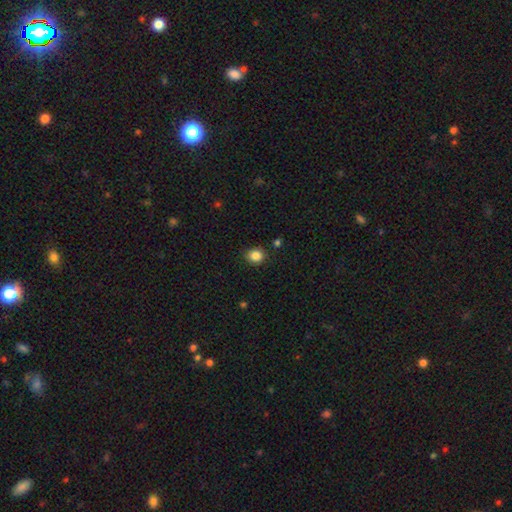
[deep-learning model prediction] smooth_or_featured: smooth (p=0.85) [alt: star or artifact p=0.11]
how_rounded: round (p=0.76) [alt: in between p=0.23]
merging: none (p=0.87) [alt: minor disturbance p=0.09]